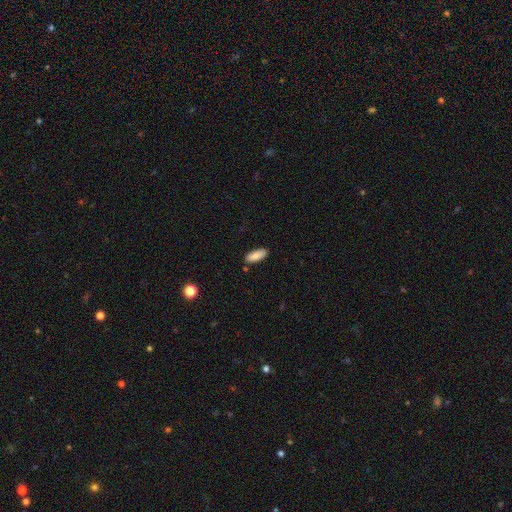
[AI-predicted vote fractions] A smooth galaxy with no disk features (85%) that is in between round and cigar-shaped (77%). Merging: none (86%).